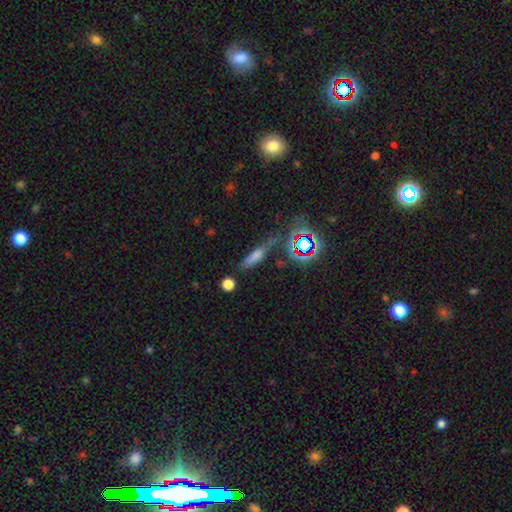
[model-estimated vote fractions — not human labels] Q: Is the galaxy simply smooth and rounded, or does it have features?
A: smooth — 52%.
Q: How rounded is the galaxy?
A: cigar-shaped — 67%.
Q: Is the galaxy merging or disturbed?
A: none — 65%.